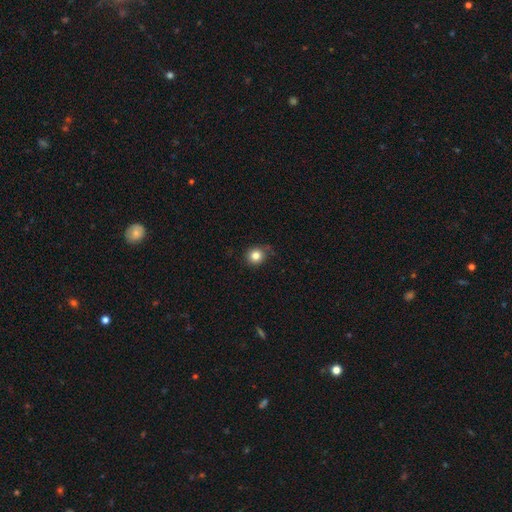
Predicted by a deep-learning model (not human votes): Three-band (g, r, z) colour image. It shows a smooth galaxy with no disk features (82%) that is round (87%). Merging: none (77%).